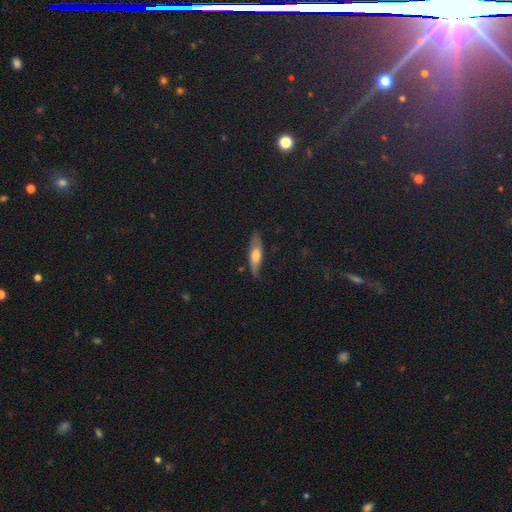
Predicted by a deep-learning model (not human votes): Smooth or featured?
  - smooth: 56% *
  - featured or disk: 37%
  - star or artifact: 7%
How rounded?
  - cigar-shaped: 60% *
  - in between: 37%
  - round: 3%
Merging?
  - none: 78% *
  - minor disturbance: 18%
  - major disturbance: 3%
  - merger: 1%